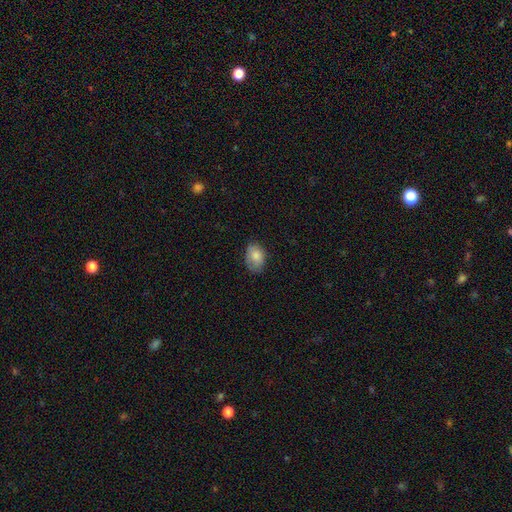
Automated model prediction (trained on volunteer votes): This is clearly a smooth galaxy (81%). How rounded: clearly in between (81%). Merging: likely none (69%).